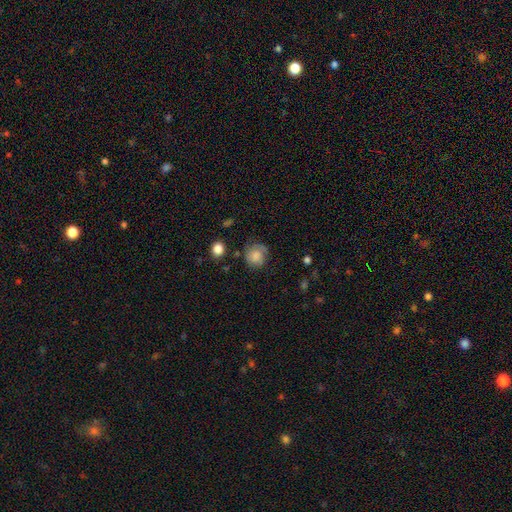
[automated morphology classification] Q: Smooth or featured?
A: smooth (72%); runner-up: featured or disk (19%)
Q: How rounded?
A: round (82%); runner-up: in between (17%)
Q: Merging?
A: none (60%); runner-up: minor disturbance (25%)